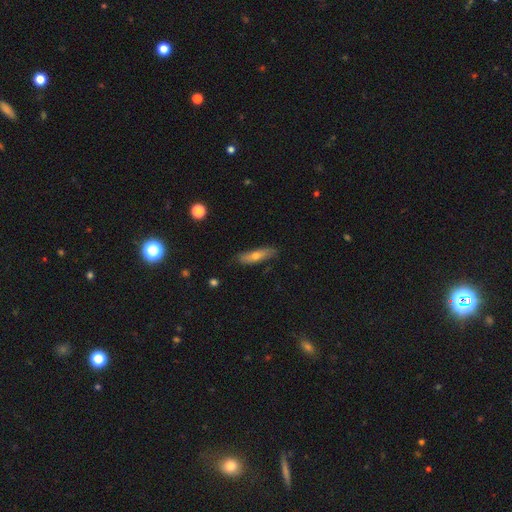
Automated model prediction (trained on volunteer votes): Q: Smooth or featured?
A: smooth (61%); runner-up: featured or disk (33%)
Q: How rounded?
A: cigar-shaped (62%); runner-up: in between (35%)
Q: Merging?
A: none (79%); runner-up: minor disturbance (17%)